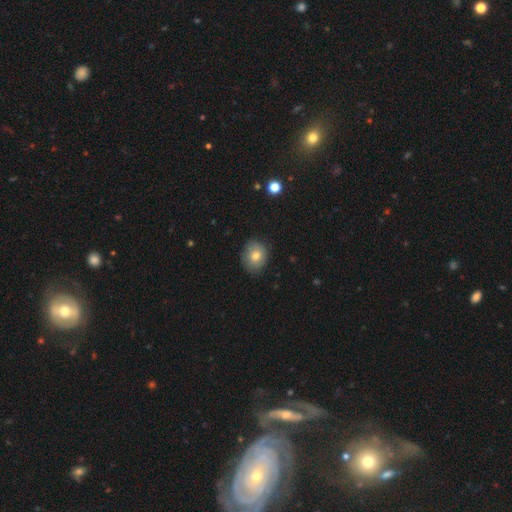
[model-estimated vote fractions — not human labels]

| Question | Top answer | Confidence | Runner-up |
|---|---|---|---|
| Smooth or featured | smooth | 78% | featured or disk (13%) |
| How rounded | round | 61% | in between (38%) |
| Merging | none | 83% | minor disturbance (13%) |